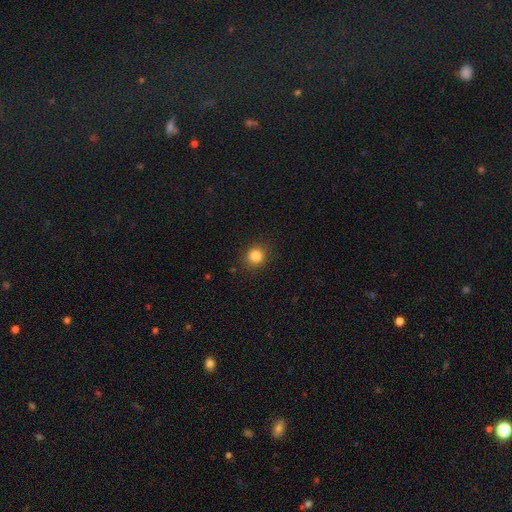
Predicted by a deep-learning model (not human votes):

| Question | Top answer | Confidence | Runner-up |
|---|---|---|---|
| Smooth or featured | smooth | 84% | star or artifact (11%) |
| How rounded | round | 88% | in between (11%) |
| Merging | none | 89% | minor disturbance (8%) |